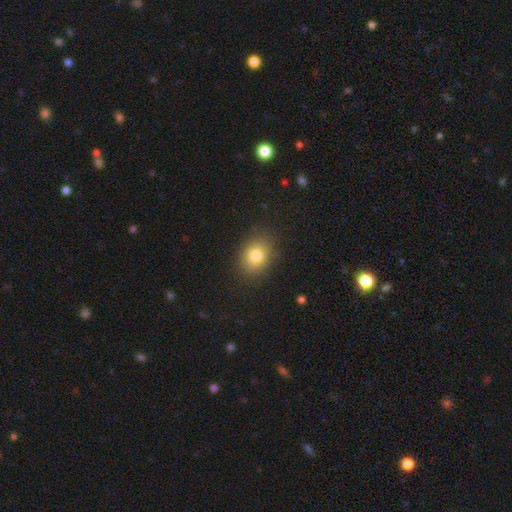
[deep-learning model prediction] The model was most divided on "how rounded": in between: 59%, round: 40%, cigar-shaped: 1%. More confident: merging — none (86%); smooth or featured — smooth (81%).